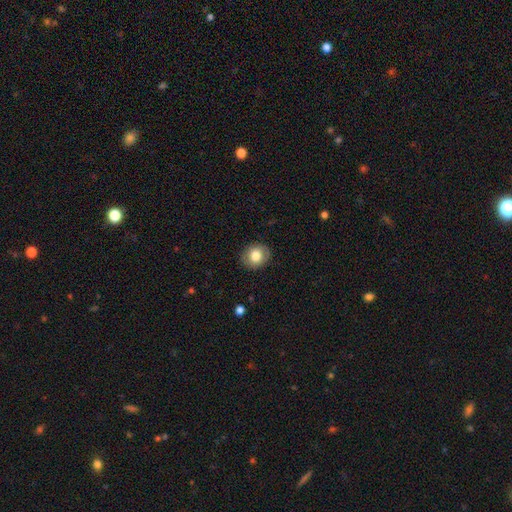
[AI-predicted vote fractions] A smooth galaxy with no disk features (80%) that is round (69%). Merging: none (88%).